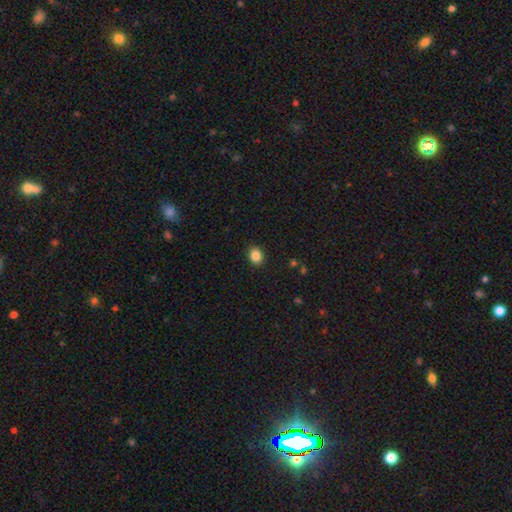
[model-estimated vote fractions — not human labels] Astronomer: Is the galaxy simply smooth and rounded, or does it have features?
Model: smooth — 86%.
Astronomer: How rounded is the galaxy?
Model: round — 55% (runner-up: in between, 44%).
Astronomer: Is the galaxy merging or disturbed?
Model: none — 91%.